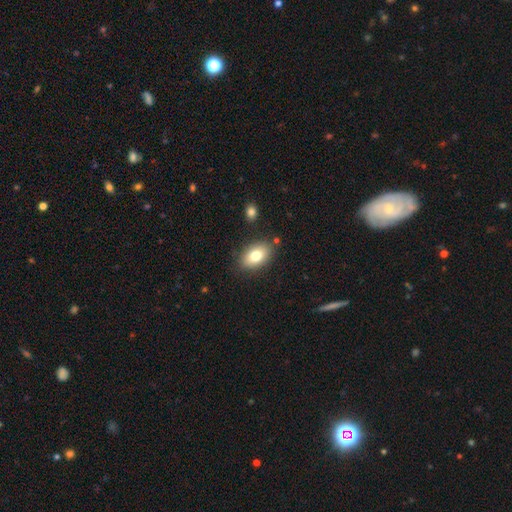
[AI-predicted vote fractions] smooth-or-featured: smooth: 79% | featured or disk: 13% | star or artifact: 8%
  how-rounded: in between: 90% | round: 9% | cigar-shaped: 2%
  merging: none: 83% | minor disturbance: 11% | merger: 3% | major disturbance: 3%